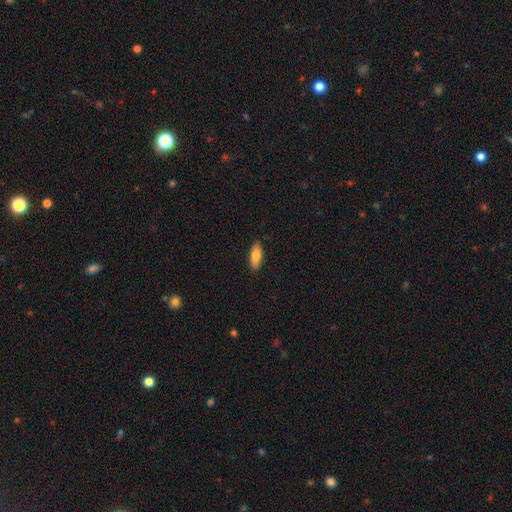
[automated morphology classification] type=smooth (83%); roundness=in between (71%); merging=none (88%).